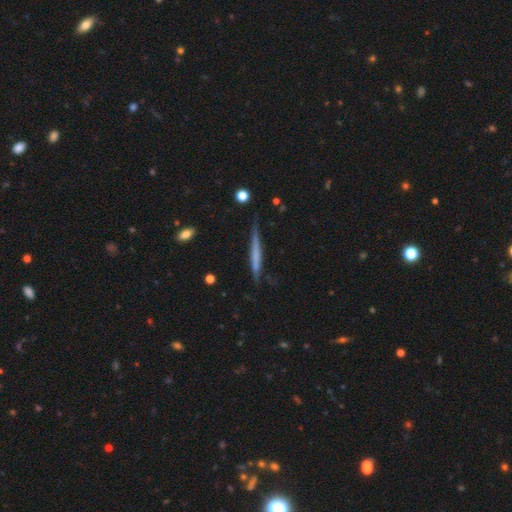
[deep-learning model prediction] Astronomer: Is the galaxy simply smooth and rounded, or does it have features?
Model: featured or disk — 51% (runner-up: smooth, 43%).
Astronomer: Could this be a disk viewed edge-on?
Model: yes — 95%.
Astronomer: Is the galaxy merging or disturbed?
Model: none — 78%.